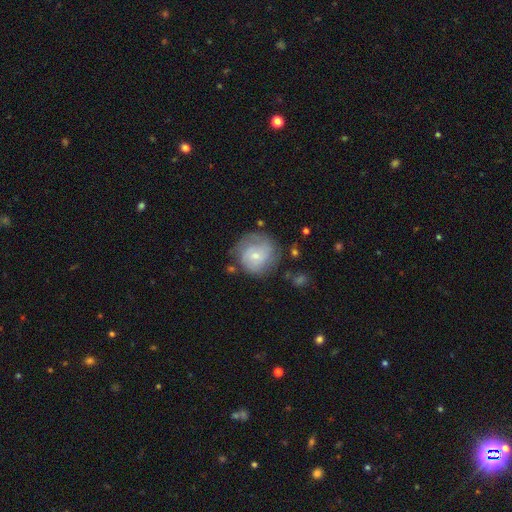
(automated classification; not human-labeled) This appears to be a featured or disk galaxy (50%). Merging: none (62%).